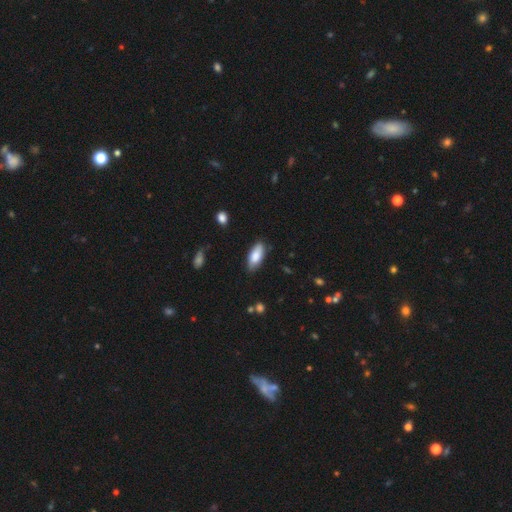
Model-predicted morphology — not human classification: smooth_or_featured: smooth (p=0.83) [alt: featured or disk p=0.11]
how_rounded: in between (p=0.85) [alt: cigar-shaped p=0.13]
merging: none (p=0.80) [alt: minor disturbance p=0.16]